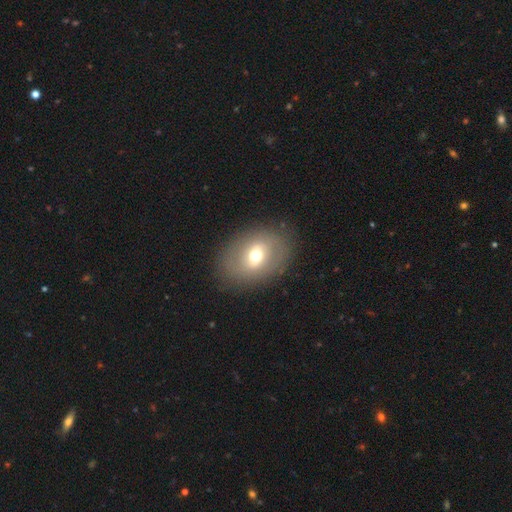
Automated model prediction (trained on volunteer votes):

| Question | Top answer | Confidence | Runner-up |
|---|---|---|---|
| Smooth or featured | smooth | 54% | featured or disk (36%) |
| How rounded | in between | 66% | round (33%) |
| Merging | none | 84% | minor disturbance (10%) |